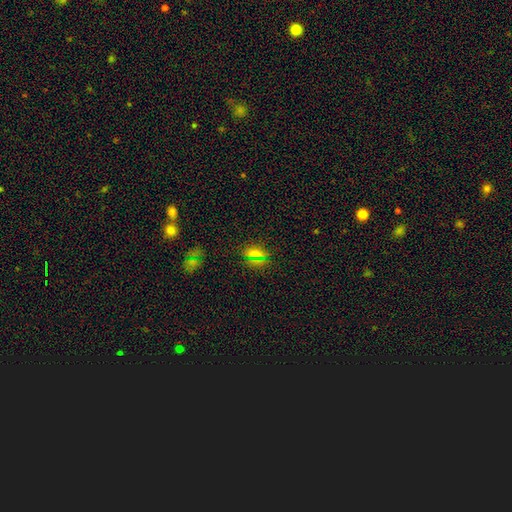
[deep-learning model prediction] This is likely a smooth galaxy (61%). How rounded: possibly in between (50%). Merging: clearly none (84%).